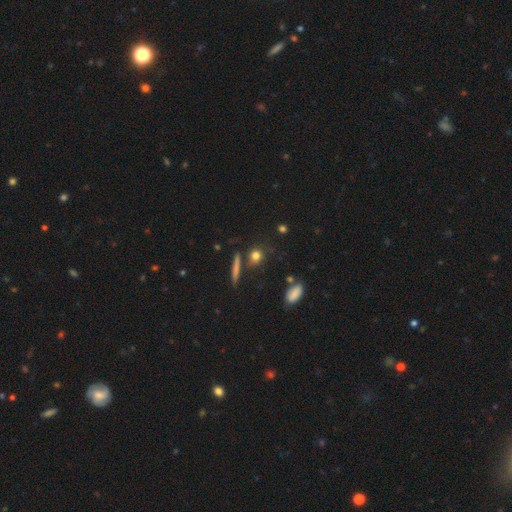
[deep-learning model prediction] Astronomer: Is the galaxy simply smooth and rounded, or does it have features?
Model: smooth — 74%.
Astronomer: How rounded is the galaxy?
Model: round — 75%.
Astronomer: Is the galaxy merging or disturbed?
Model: none — 76%.